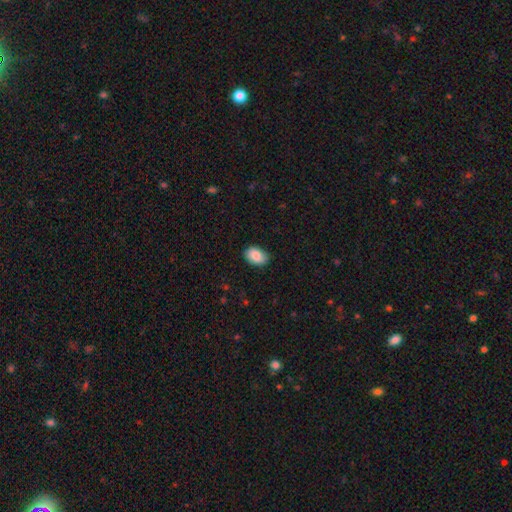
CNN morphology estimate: A smooth galaxy with no disk features (87%) that is in between round and cigar-shaped (87%).

Vote fractions:
- Smooth or featured? smooth: 87% / star or artifact: 7% / featured or disk: 6%
- How rounded? in between: 87% / round: 12% / cigar-shaped: 1%
- Merging? none: 85% / minor disturbance: 12% / major disturbance: 2% / merger: 1%